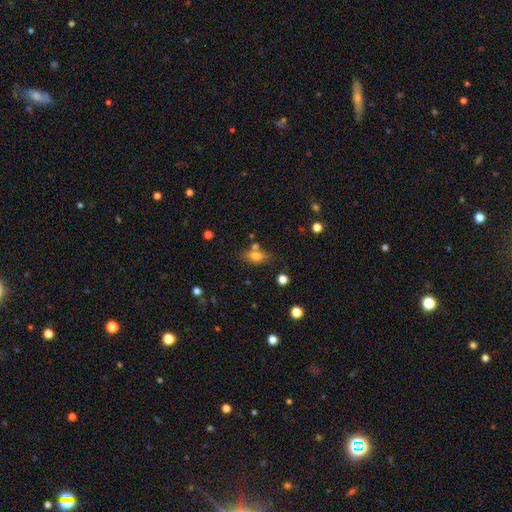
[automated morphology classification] Smooth or featured? Predicted: smooth (p=0.64). How rounded? Predicted: in between (p=0.74). Merging? Predicted: none (p=0.64).